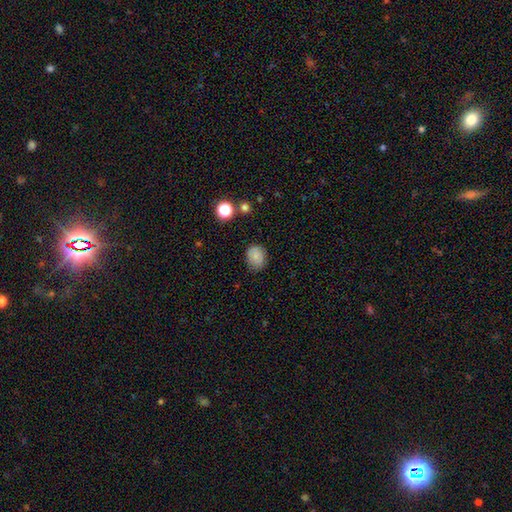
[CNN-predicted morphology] smooth 78%, featured or disk 11%, star or artifact 11%. Down the decision tree: how rounded — round (52%); merging — none (75%).